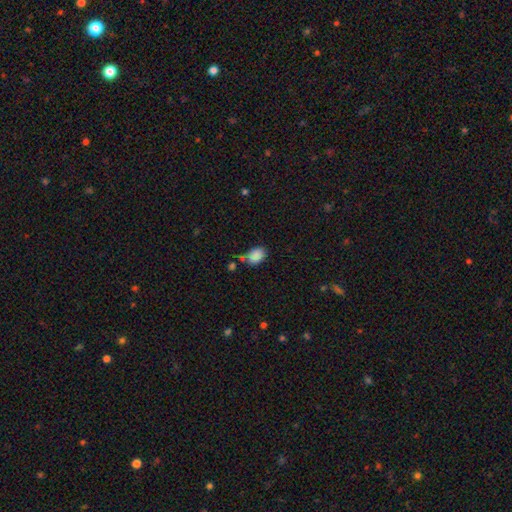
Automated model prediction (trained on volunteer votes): smooth 88%, star or artifact 9%, featured or disk 4%. Down the decision tree: how rounded — in between (82%); merging — none (66%).